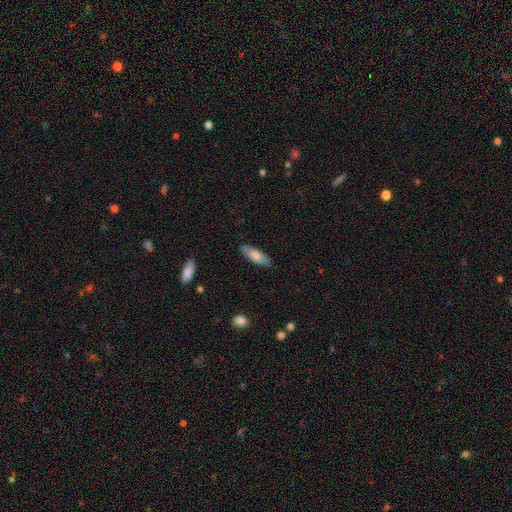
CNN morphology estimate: type=smooth (77%); roundness=in between (61%); merging=none (84%).